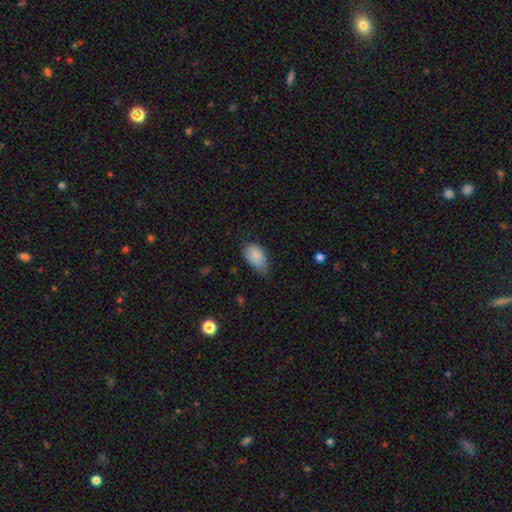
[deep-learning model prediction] This appears to be a smooth galaxy with no disk features (84%) that is in between round and cigar-shaped (93%). Merging: none (51%).